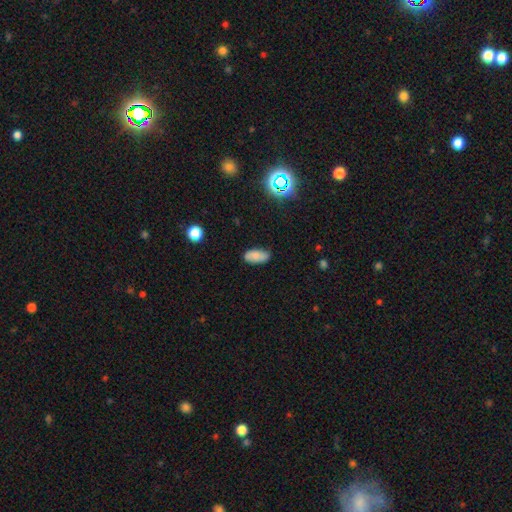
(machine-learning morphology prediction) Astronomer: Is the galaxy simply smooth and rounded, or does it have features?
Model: smooth — 78%.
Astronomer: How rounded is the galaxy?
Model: in between — 91%.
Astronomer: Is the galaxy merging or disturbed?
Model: none — 80%.